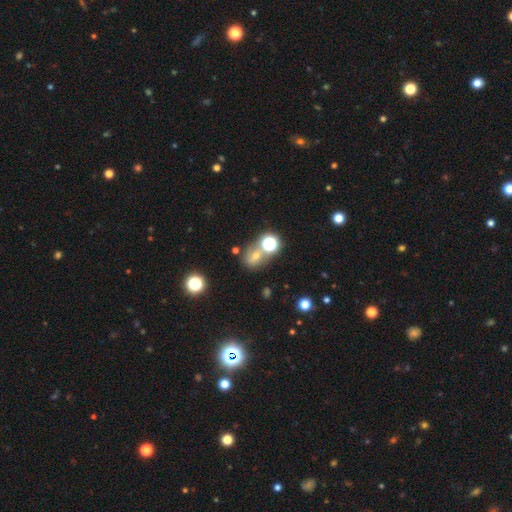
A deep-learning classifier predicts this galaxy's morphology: smooth_or_featured: smooth (p=0.53) [alt: star or artifact p=0.33]
how_rounded: round (p=0.68) [alt: in between p=0.31]
merging: none (p=0.57) [alt: merger p=0.28]